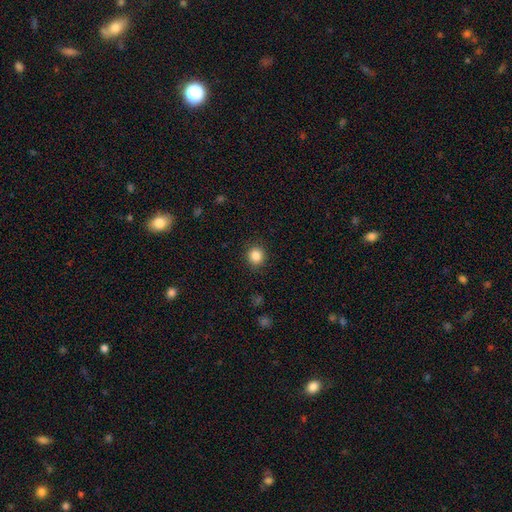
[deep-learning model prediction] smooth_or_featured: smooth (p=0.86) [alt: star or artifact p=0.11]
how_rounded: round (p=0.89) [alt: in between p=0.10]
merging: none (p=0.90) [alt: minor disturbance p=0.07]